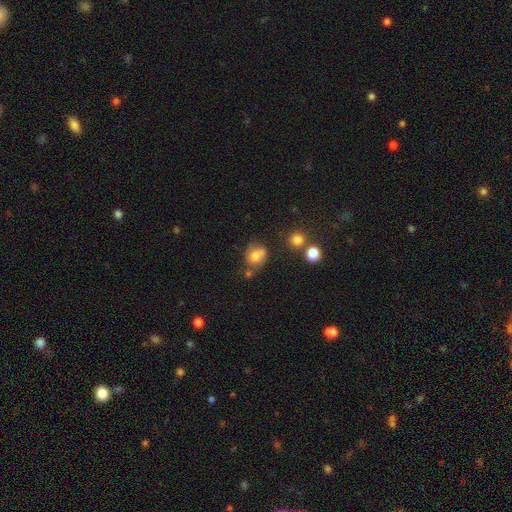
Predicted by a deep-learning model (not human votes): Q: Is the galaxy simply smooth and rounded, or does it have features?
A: smooth — 70%.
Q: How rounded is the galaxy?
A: round — 61%.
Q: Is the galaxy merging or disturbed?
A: none — 52%.